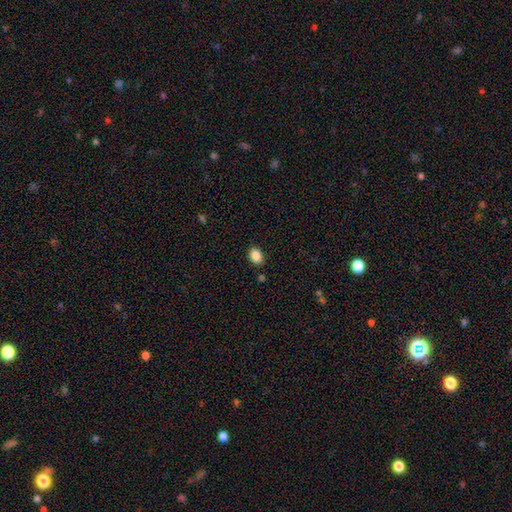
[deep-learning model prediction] smooth 88%, star or artifact 8%, featured or disk 4%. Down the decision tree: how rounded — in between (80%); merging — none (87%).